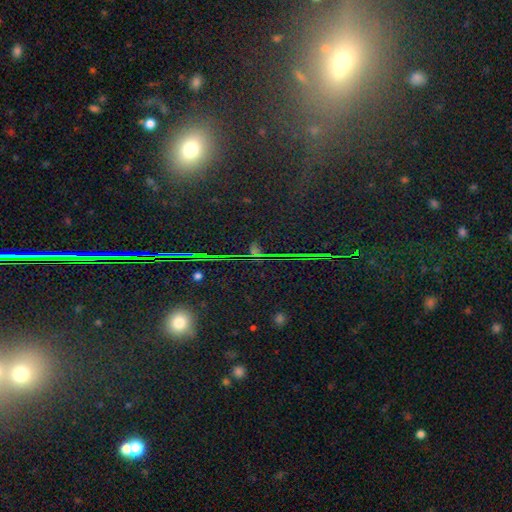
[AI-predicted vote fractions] Smooth or featured? Predicted: star or artifact (p=0.56).